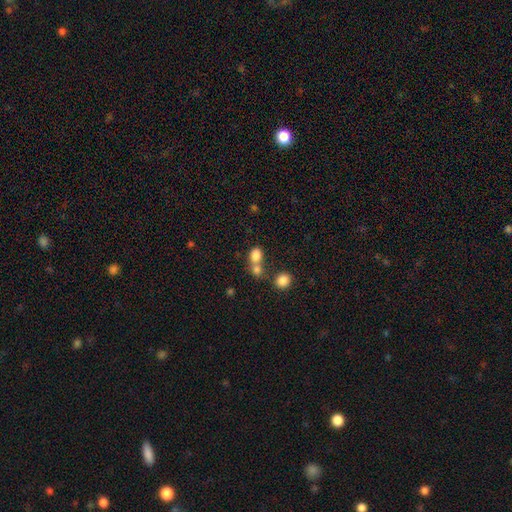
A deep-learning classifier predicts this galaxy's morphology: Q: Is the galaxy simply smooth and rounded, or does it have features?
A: smooth — 81%.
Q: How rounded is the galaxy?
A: in between — 60%.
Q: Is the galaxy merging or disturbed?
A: merger — 53%.